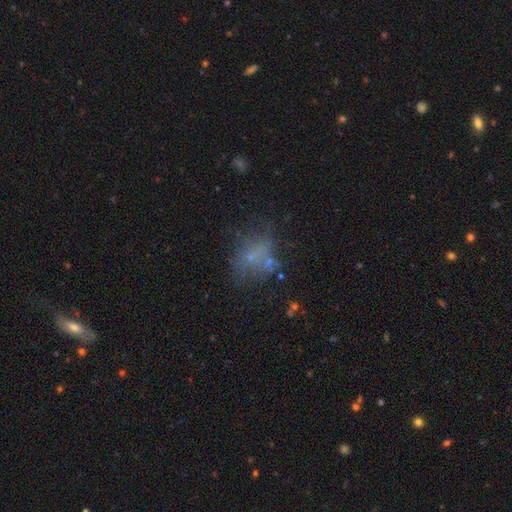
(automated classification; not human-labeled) A smooth galaxy with no disk features (48%). Merging: none (48%).